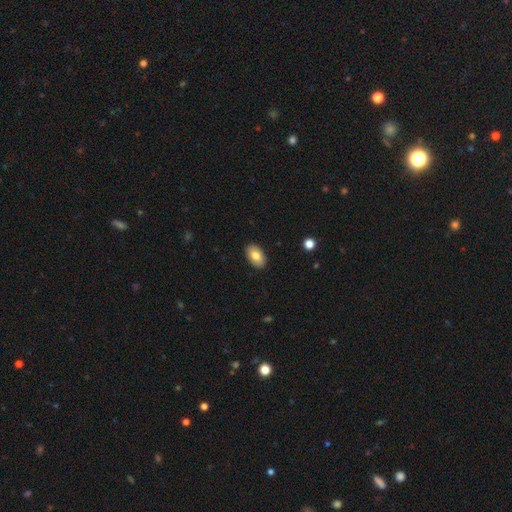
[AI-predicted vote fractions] This is likely a smooth galaxy (78%). How rounded: clearly in between (94%). Merging: clearly none (89%).